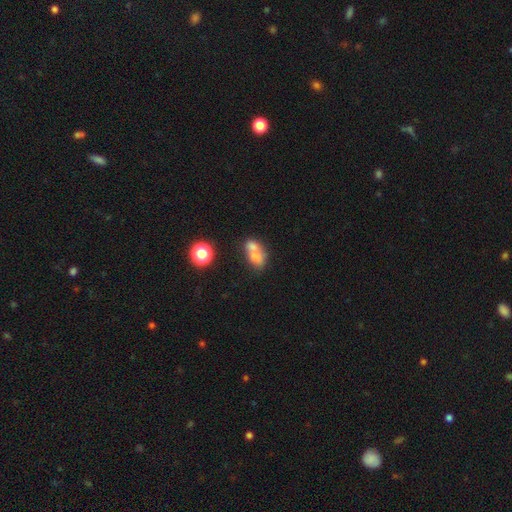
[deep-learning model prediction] A smooth galaxy with no disk features (67%) that is in between round and cigar-shaped (68%).

Vote fractions:
- Smooth or featured? smooth: 67% / featured or disk: 21% / star or artifact: 12%
- How rounded? in between: 68% / round: 29% / cigar-shaped: 3%
- Merging? merger: 62% / none: 23% / minor disturbance: 9% / major disturbance: 6%